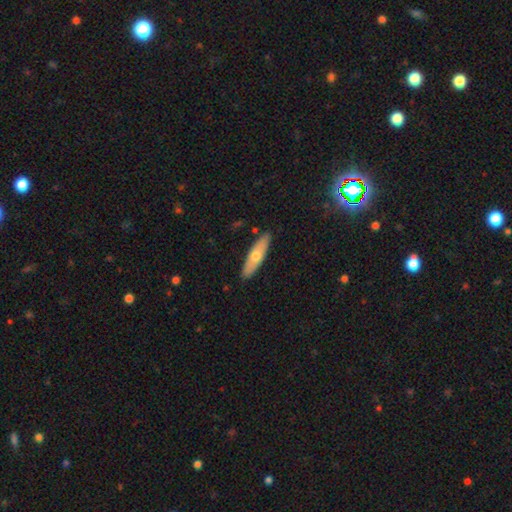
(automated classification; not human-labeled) Morphology: type=smooth (58%); roundness=cigar-shaped (67%); merging=none (89%).